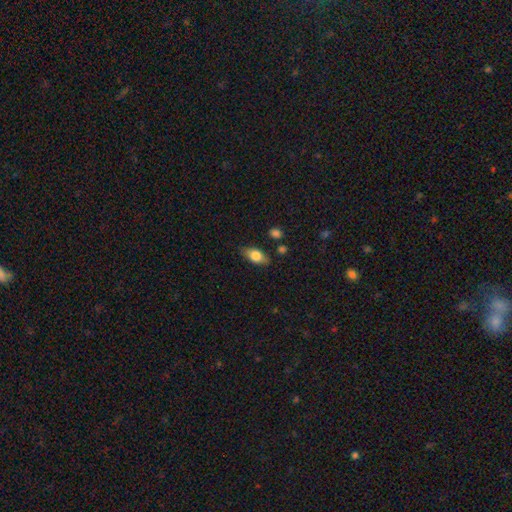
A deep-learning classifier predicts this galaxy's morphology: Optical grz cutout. It shows a smooth galaxy with no disk features (74%) that is in between round and cigar-shaped (85%). Merging: none (81%).